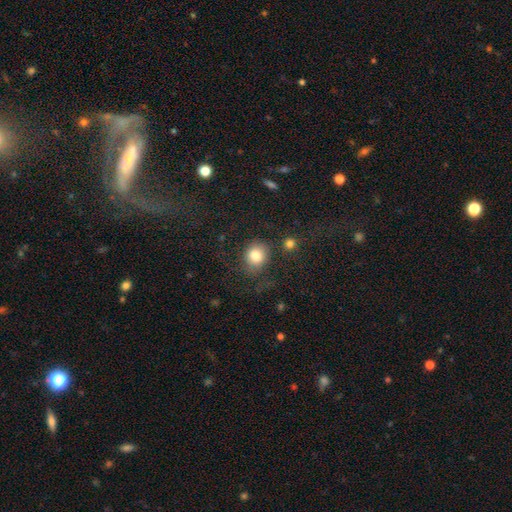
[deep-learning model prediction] Smooth or featured: smooth — 81% (star or artifact — 10%)
How rounded: round — 72% (in between — 27%)
Merging: none — 71% (minor disturbance — 16%)